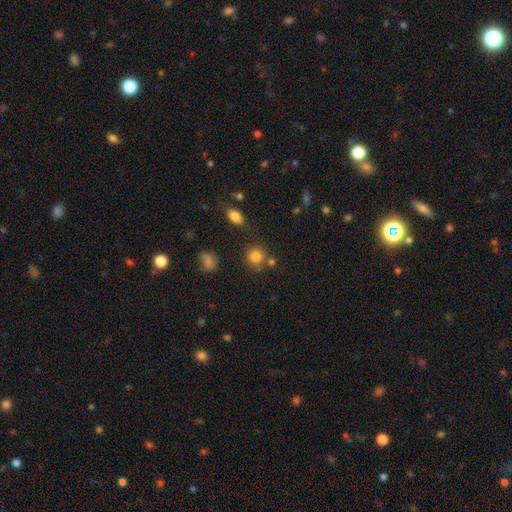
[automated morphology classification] type=smooth (83%); roundness=round (88%); merging=none (73%).